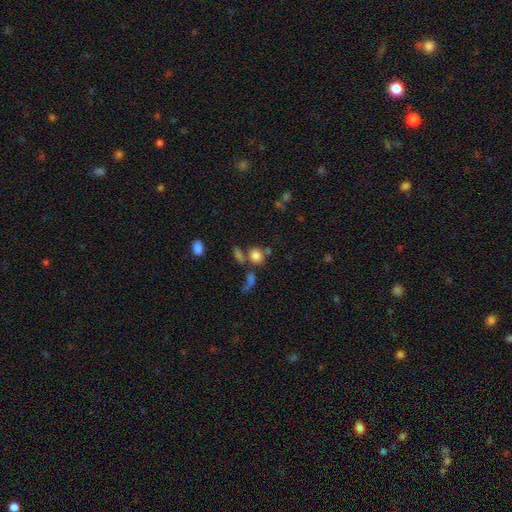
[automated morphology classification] Smooth or featured? Predicted: smooth (p=0.80). How rounded? Predicted: round (p=0.75). Merging? Predicted: none (p=0.57).